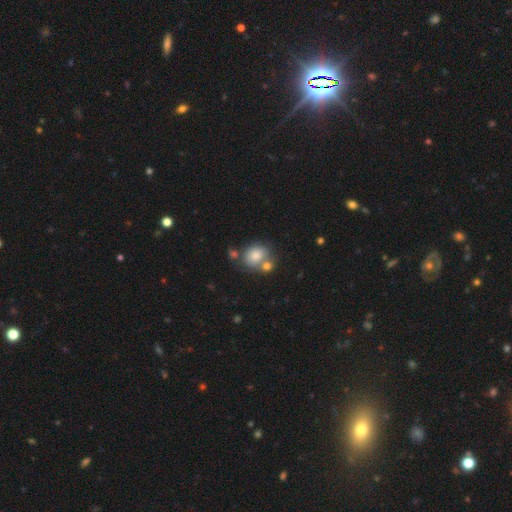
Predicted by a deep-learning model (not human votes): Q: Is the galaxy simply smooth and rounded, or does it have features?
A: smooth — 81%.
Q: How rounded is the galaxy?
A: round — 63%.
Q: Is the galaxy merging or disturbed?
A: none — 48%.